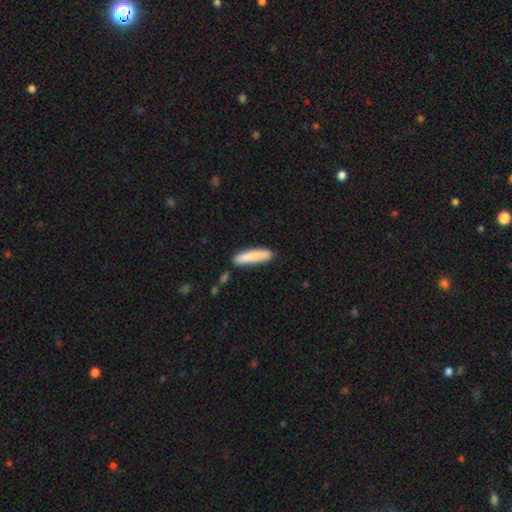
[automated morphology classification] smooth_or_featured: smooth (p=0.85) [alt: featured or disk p=0.09]
how_rounded: cigar-shaped (p=0.81) [alt: in between p=0.17]
merging: none (p=0.83) [alt: minor disturbance p=0.12]